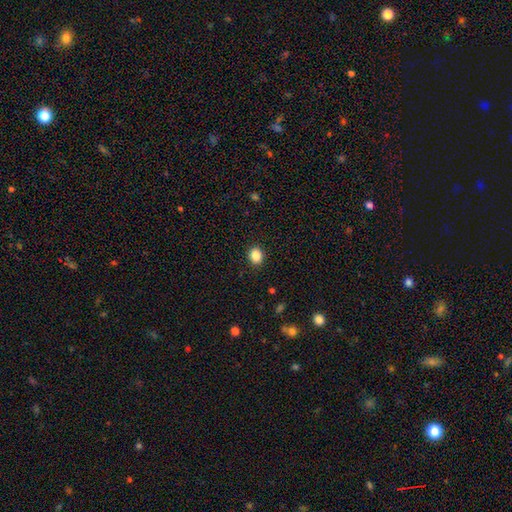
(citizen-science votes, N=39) A smooth galaxy with no disk features (77%) that is round (70%).

Vote fractions:
- Smooth or featured? smooth: 77% / star or artifact: 13% / featured or disk: 10%
- How rounded? round: 70% / in between: 30% / cigar-shaped: 0%
- Merging? none: 94% / minor disturbance: 6% / major disturbance: 0% / merger: 0%